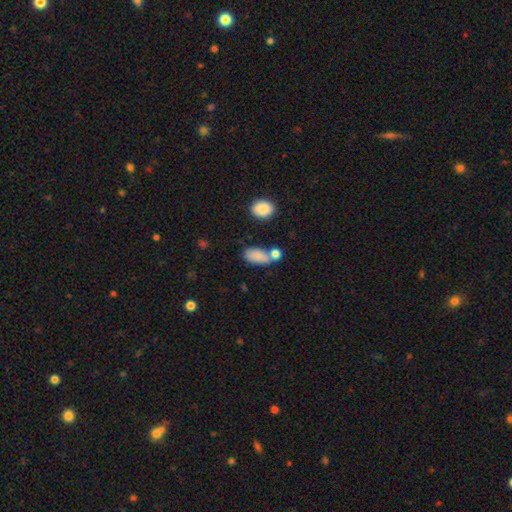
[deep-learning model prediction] Smooth or featured? Predicted: smooth (p=0.83). How rounded? Predicted: in between (p=0.87). Merging? Predicted: none (p=0.48).